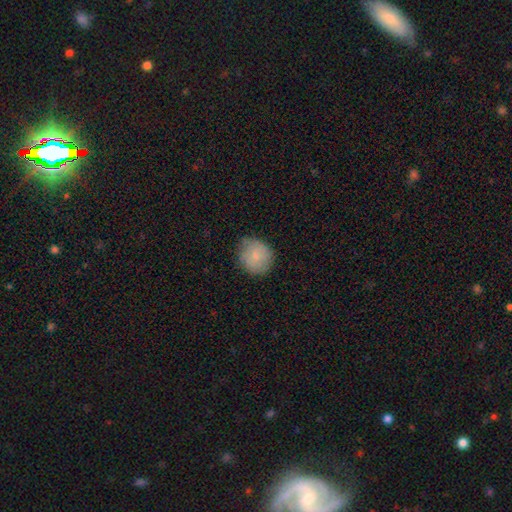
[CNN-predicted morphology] type=smooth (81%); roundness=round (84%); merging=none (71%).